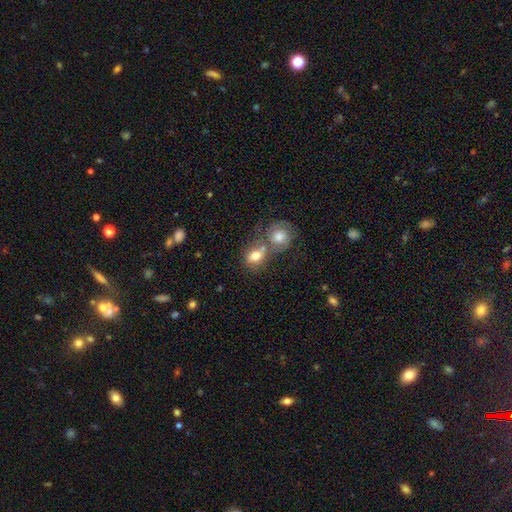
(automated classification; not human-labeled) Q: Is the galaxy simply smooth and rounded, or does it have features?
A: smooth — 72%.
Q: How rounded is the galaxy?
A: in between — 52%.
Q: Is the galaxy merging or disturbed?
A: merger — 54%.